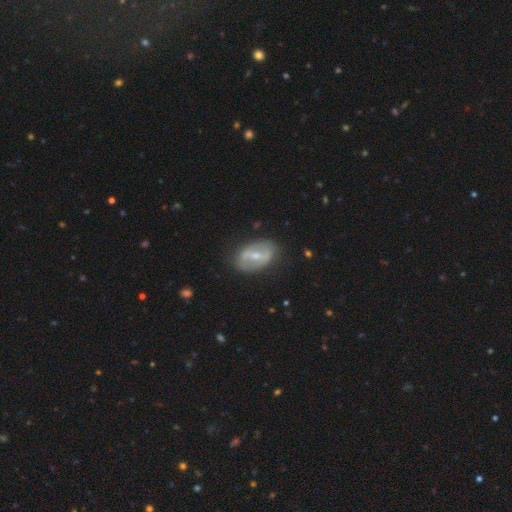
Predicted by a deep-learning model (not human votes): featured or disk 69%, smooth 25%, star or artifact 6%. Down the decision tree: edge-on disk — no (92%); bar — strong (55%); spiral arms — no (60%); bulge size — small (55%); merging — none (80%).